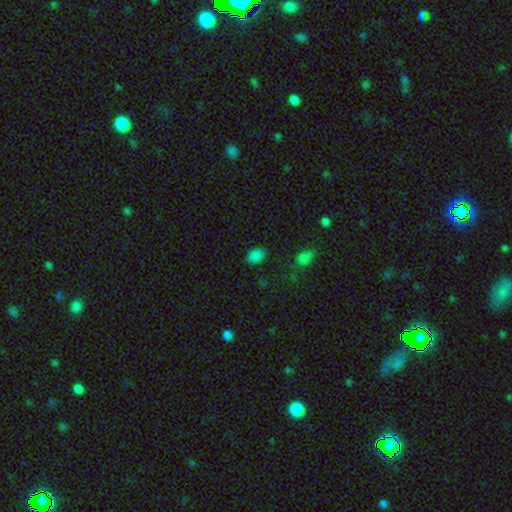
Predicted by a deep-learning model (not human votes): Smooth or featured: smooth — 82% (star or artifact — 14%)
How rounded: in between — 75% (round — 23%)
Merging: none — 83% (minor disturbance — 12%)